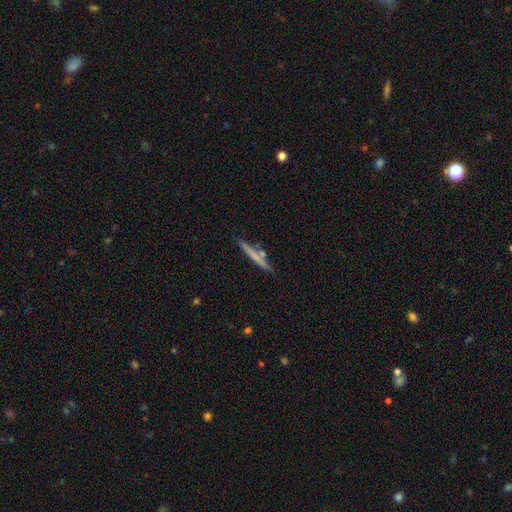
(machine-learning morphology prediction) A smooth galaxy with no disk features (55%) that is cigar-shaped (95%). Merging: none (76%).